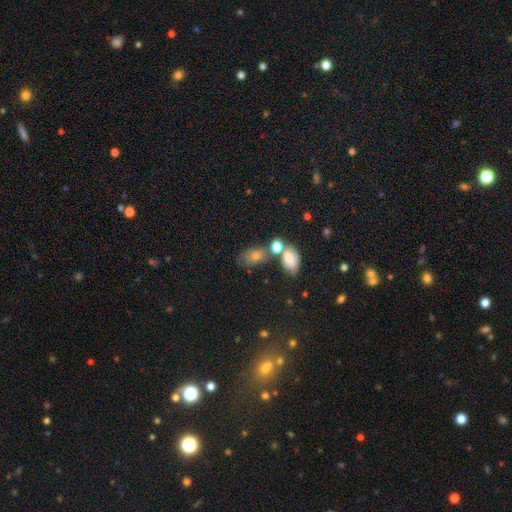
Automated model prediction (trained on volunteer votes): This is likely a smooth galaxy (67%). How rounded: clearly in between (82%). Merging: marginally none (45%).